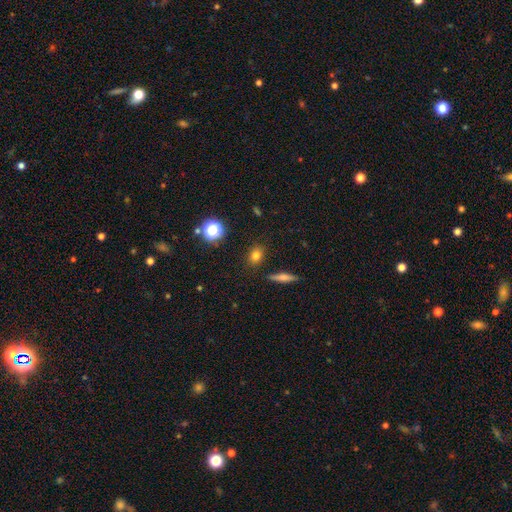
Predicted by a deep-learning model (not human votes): Smooth or featured: smooth — 77% (star or artifact — 15%)
How rounded: in between — 54% (round — 42%)
Merging: none — 84% (minor disturbance — 10%)